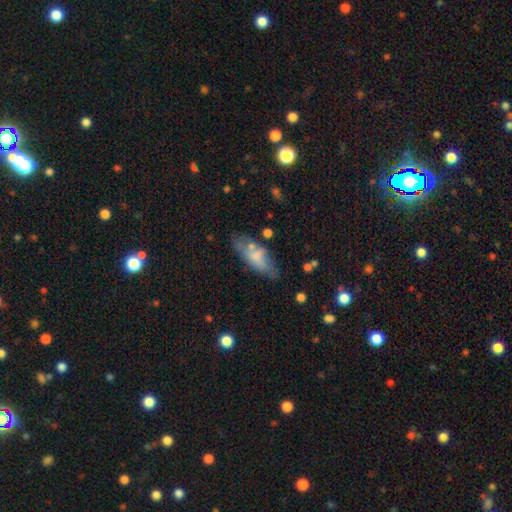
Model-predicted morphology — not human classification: Smooth or featured? Predicted: smooth (p=0.66). How rounded? Predicted: in between (p=0.73). Merging? Predicted: none (p=0.56).